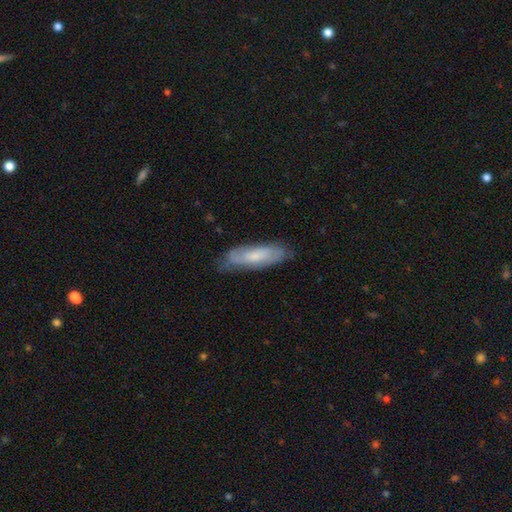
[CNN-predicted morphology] smooth-or-featured: smooth: 52% | featured or disk: 42% | star or artifact: 7%
  how-rounded: cigar-shaped: 54% | in between: 44% | round: 2%
  merging: none: 73% | minor disturbance: 20% | major disturbance: 5% | merger: 1%